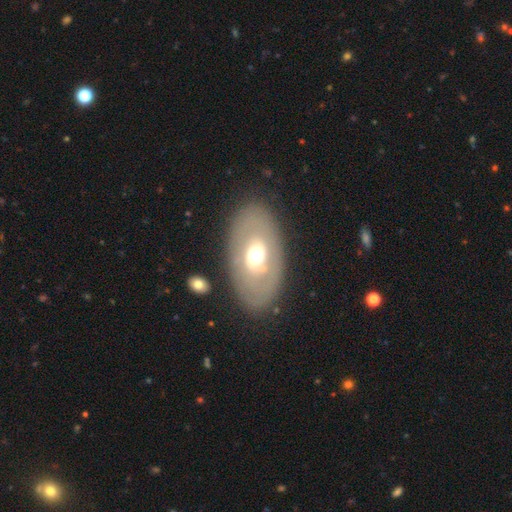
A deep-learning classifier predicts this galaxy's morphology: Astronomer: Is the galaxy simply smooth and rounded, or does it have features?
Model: featured or disk — 50% (runner-up: smooth, 43%).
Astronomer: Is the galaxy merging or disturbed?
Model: none — 81%.